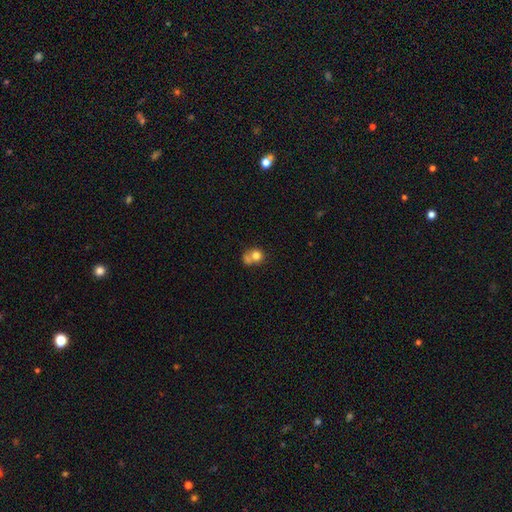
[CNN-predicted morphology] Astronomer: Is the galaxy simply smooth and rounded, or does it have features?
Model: smooth — 73%.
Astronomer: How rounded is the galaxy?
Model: round — 71%.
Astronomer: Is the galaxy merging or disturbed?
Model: merger — 49% (runner-up: none, 31%).